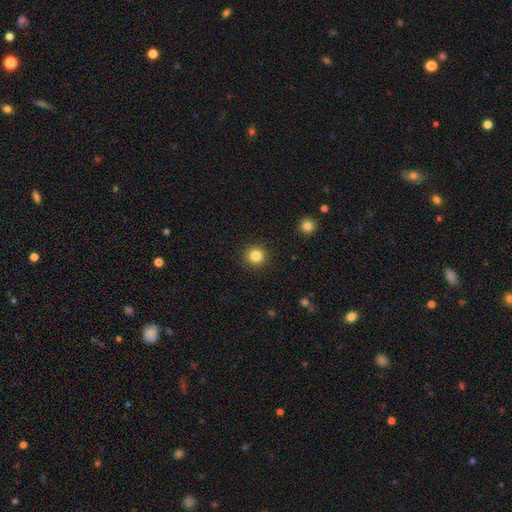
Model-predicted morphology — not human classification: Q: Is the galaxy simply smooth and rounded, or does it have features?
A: smooth — 84%.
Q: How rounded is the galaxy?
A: round — 94%.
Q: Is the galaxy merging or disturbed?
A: none — 91%.